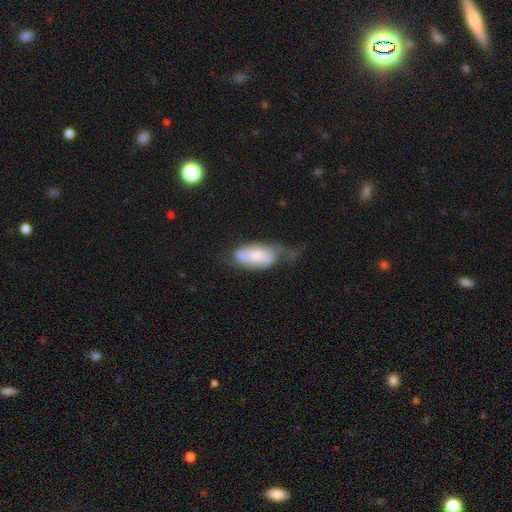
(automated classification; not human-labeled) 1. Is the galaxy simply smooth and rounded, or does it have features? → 53% smooth, 41% featured or disk, 6% star or artifact.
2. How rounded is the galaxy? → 88% in between, 9% cigar-shaped, 2% round.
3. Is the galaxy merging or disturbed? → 36% minor disturbance, 30% major disturbance, 29% none, 5% merger.